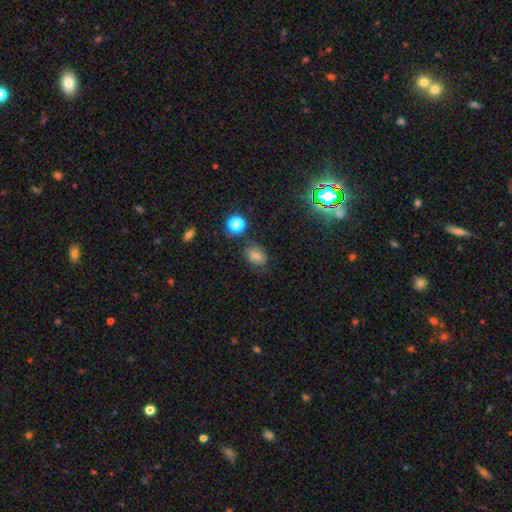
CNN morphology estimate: smooth 74%, star or artifact 17%, featured or disk 9%. Down the decision tree: how rounded — in between (73%); merging — none (75%).